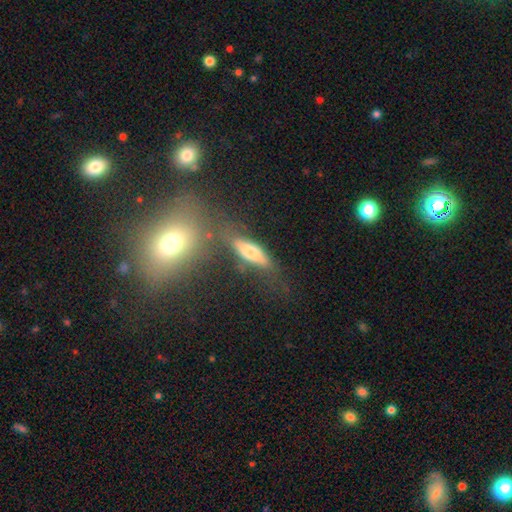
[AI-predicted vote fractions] Smooth or featured? Predicted: smooth (p=0.51). How rounded? Predicted: in between (p=0.50). Merging? Predicted: none (p=0.56).